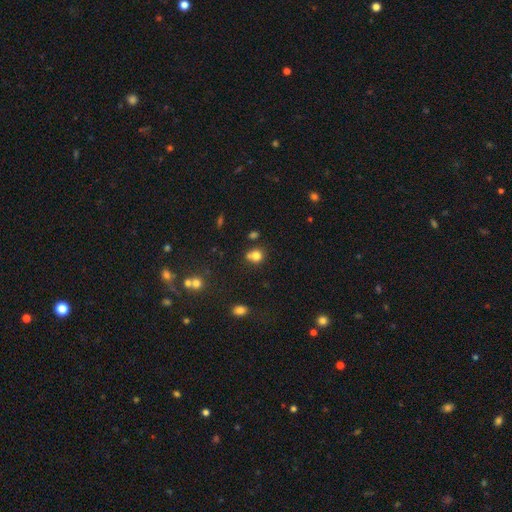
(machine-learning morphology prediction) Smooth or featured: smooth — 77% (star or artifact — 13%)
How rounded: round — 78% (in between — 21%)
Merging: none — 56% (merger — 25%)